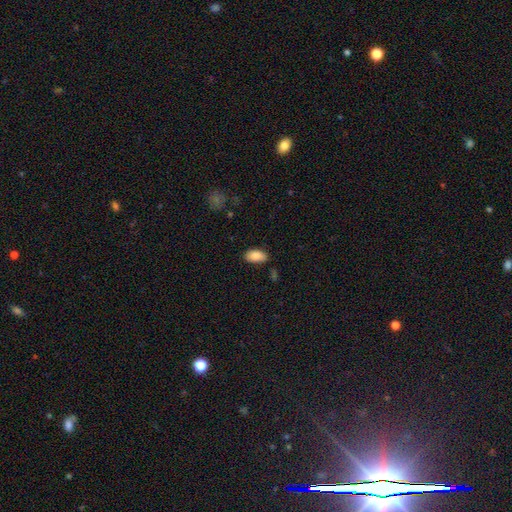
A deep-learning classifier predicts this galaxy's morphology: smooth_or_featured: smooth (p=0.86) [alt: star or artifact p=0.07]
how_rounded: in between (p=0.94) [alt: round p=0.03]
merging: none (p=0.77) [alt: minor disturbance p=0.17]